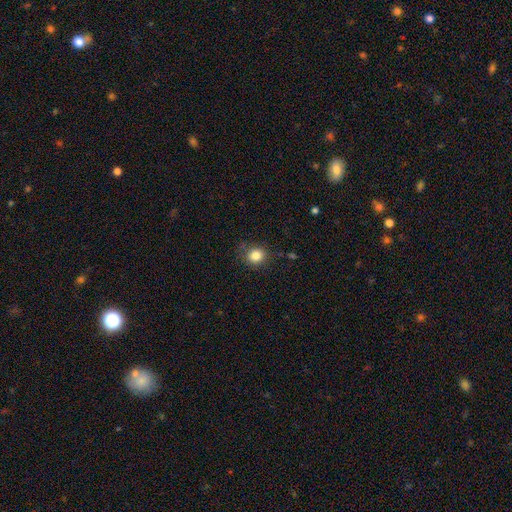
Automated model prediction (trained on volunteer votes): Smooth or featured? Predicted: smooth (p=0.83). How rounded? Predicted: round (p=0.77). Merging? Predicted: none (p=0.79).